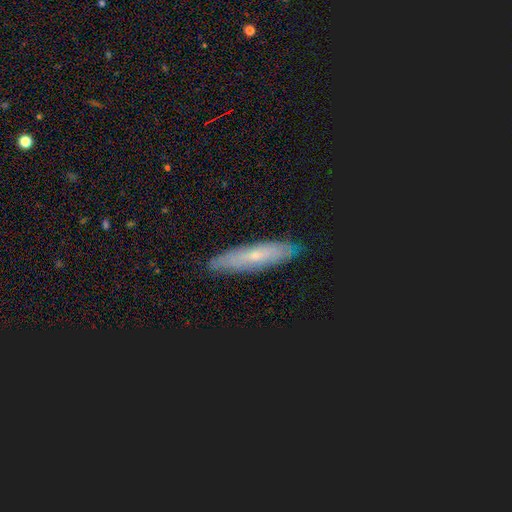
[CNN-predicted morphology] This is marginally a featured or disk galaxy (44%). Merging: clearly none (88%).